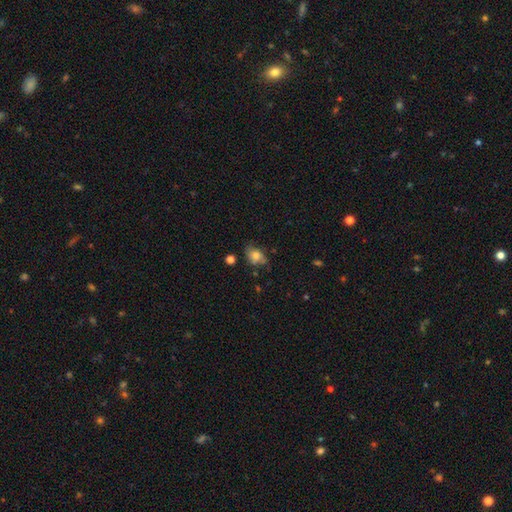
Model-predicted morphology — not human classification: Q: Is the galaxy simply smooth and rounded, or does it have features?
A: smooth — 70%.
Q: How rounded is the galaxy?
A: in between — 67%.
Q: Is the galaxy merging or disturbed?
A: none — 59%.